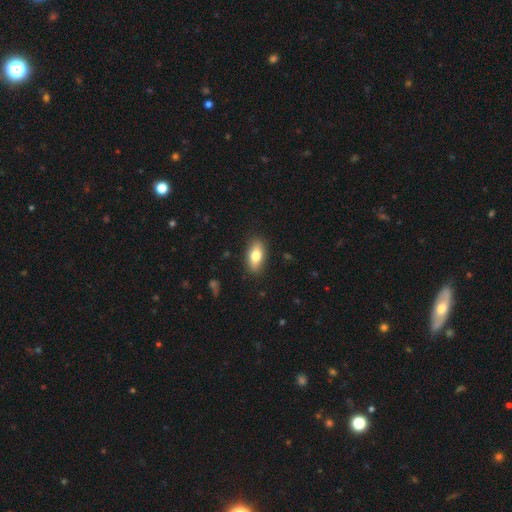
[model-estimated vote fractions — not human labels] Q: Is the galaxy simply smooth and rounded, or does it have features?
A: smooth — 75%.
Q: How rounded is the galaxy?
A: in between — 84%.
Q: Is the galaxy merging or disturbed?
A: none — 87%.